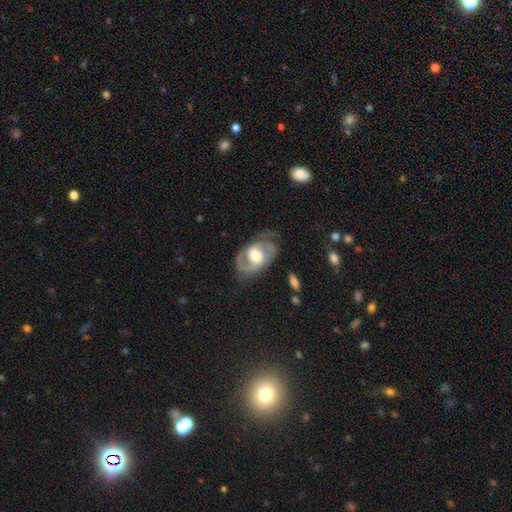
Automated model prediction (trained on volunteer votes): A featured or disk galaxy (81%) with a weak bar (45%), 2 (71%) medium (49%) spiral arms (91%) and a moderate central bulge (64%).

Vote fractions:
- Smooth or featured? featured or disk: 81% / smooth: 14% / star or artifact: 5%
- Edge-on disk? no: 96% / yes: 4%
- Bar? weak: 45% / no: 40% / strong: 15%
- Spiral arms? yes: 91% / no: 9%
- Spiral winding? medium: 49% / tight: 30% / loose: 21%
- Spiral arm count? 2: 71% / can't tell: 12% / 1: 8% / 3: 6% / 4: 2% / more than 4: 2%
- Bulge size? moderate: 64% / large: 18% / small: 15% / none: 2% / dominant: 1%
- Merging? none: 57% / minor disturbance: 23% / major disturbance: 18% / merger: 2%